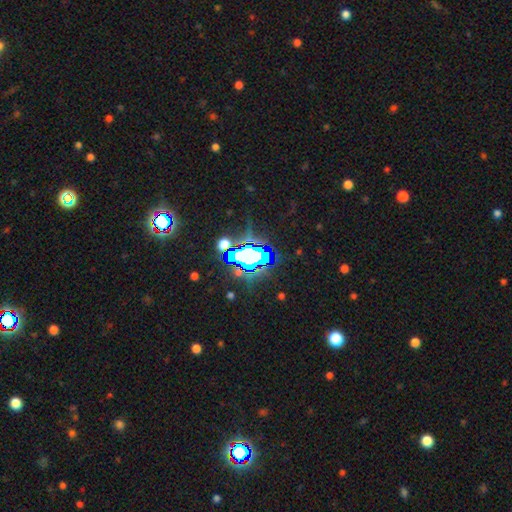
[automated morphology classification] A star or artifact, not a galaxy (65%).